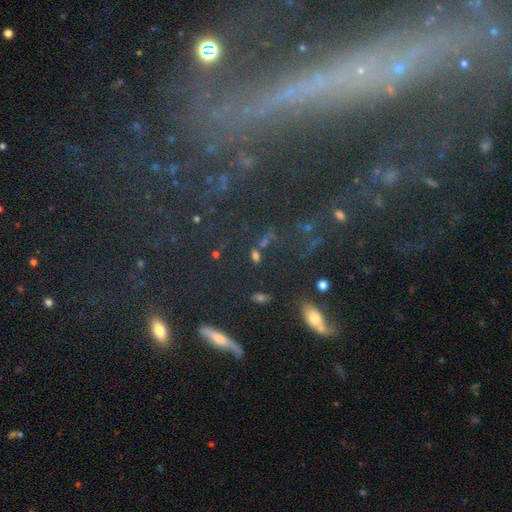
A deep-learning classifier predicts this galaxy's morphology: A smooth galaxy with no disk features (52%) that is in between round and cigar-shaped (61%). Merging: none (69%).